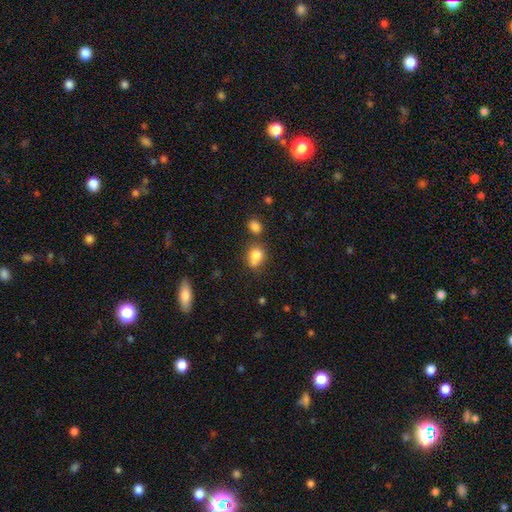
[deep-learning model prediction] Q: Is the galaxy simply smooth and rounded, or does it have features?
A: smooth — 81%.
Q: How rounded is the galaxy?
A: in between — 63%.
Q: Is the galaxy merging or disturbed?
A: none — 48%.